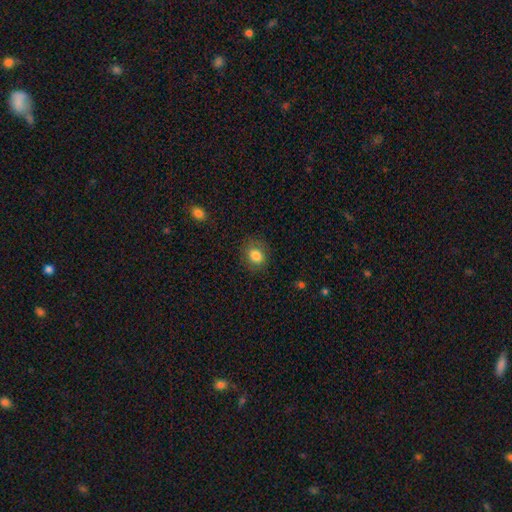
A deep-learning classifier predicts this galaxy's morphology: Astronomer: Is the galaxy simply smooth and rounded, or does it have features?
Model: smooth — 83%.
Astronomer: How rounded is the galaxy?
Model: round — 56% (runner-up: in between, 43%).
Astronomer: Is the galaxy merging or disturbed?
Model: none — 81%.